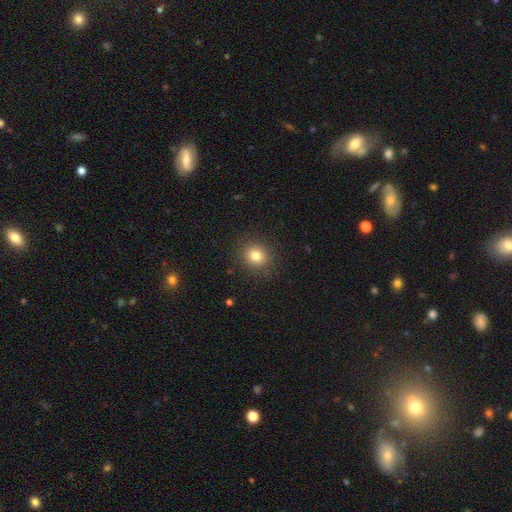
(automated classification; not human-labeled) A smooth galaxy with no disk features (80%) that is round (83%). Merging: none (89%).